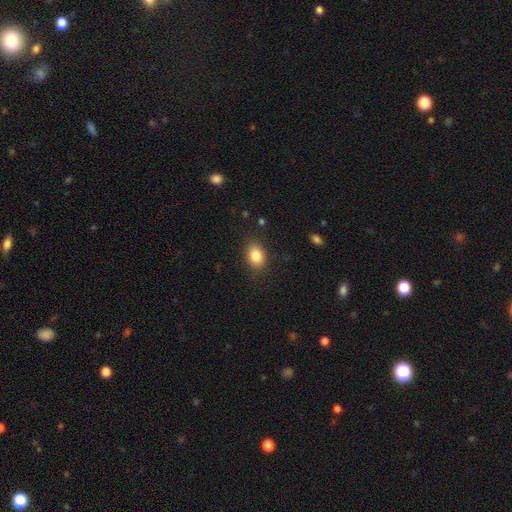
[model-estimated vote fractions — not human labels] The model was most divided on "how rounded": in between: 70%, round: 29%, cigar-shaped: 1%. More confident: smooth or featured — smooth (84%); merging — none (83%).